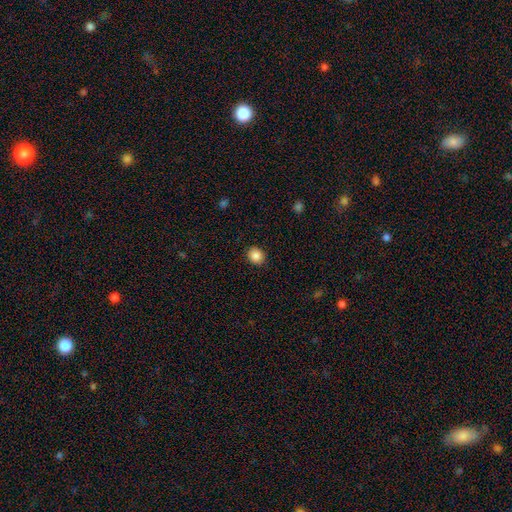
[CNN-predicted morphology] A smooth galaxy with no disk features (86%) that is round (71%). Merging: none (90%).